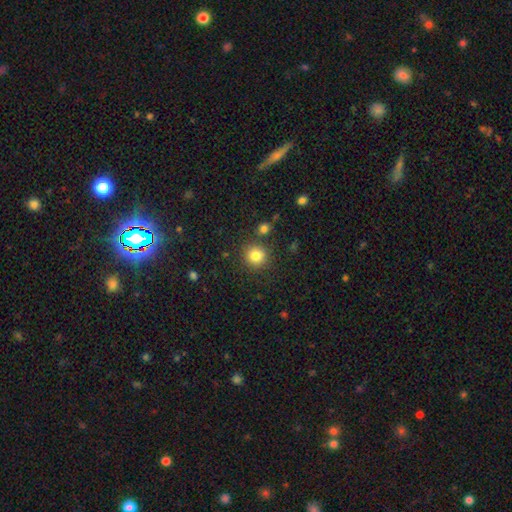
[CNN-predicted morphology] smooth 82%, star or artifact 12%, featured or disk 6%. Down the decision tree: how rounded — round (91%); merging — none (84%).